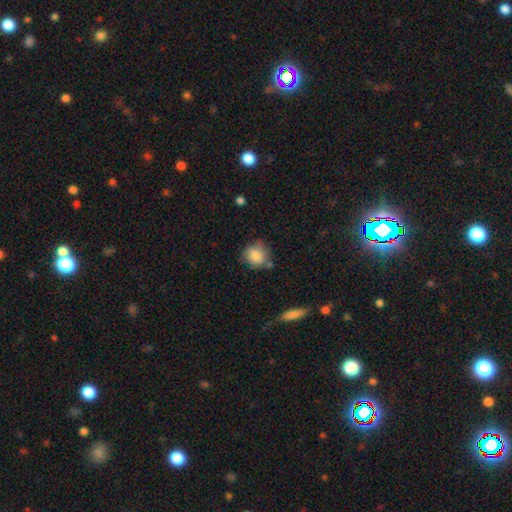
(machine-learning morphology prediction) smooth 84%, featured or disk 8%, star or artifact 8%. Down the decision tree: how rounded — round (79%); merging — none (67%).